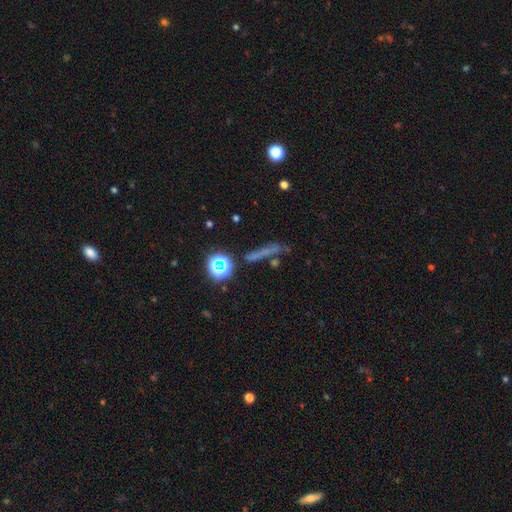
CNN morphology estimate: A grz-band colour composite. It shows a smooth galaxy with no disk features (42%). Merging: none (68%).